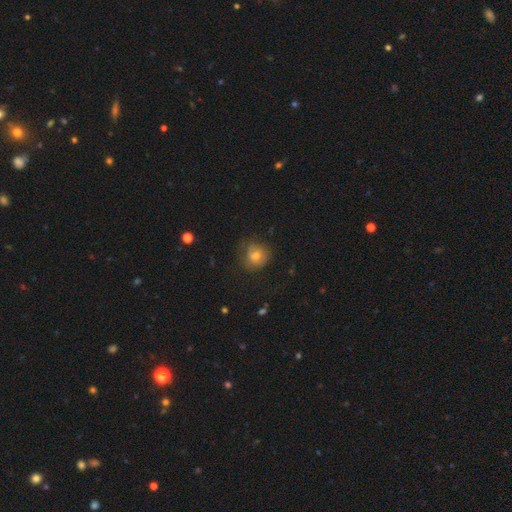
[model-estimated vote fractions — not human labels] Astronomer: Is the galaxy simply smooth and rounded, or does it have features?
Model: smooth — 68%.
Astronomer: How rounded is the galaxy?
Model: round — 87%.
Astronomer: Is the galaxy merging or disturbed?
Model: none — 69%.